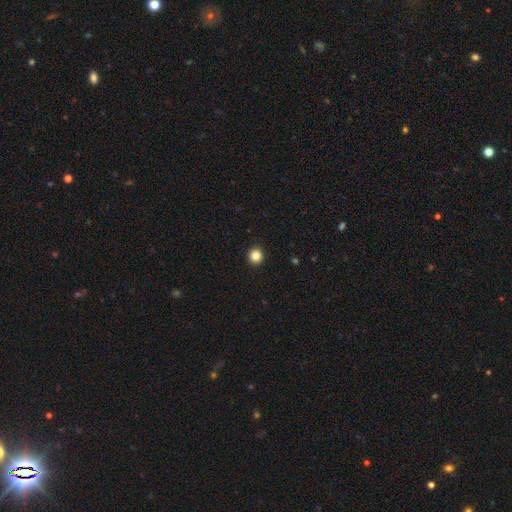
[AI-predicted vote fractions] smooth-or-featured: smooth: 85% | star or artifact: 11% | featured or disk: 4%
  how-rounded: round: 93% | in between: 6% | cigar-shaped: 1%
  merging: none: 94% | minor disturbance: 4% | major disturbance: 1% | merger: 1%